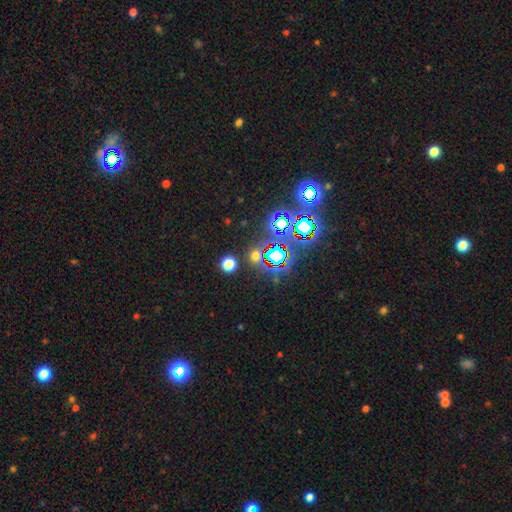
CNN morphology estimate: A star or artifact, not a galaxy (51%).